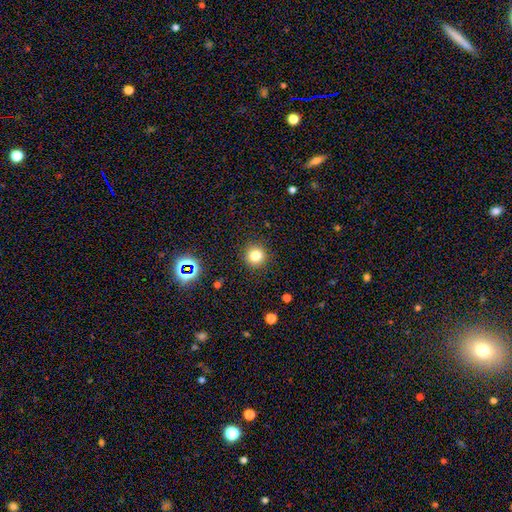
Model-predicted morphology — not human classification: smooth_or_featured: smooth (p=0.78) [alt: star or artifact p=0.15]
how_rounded: round (p=0.94) [alt: in between p=0.05]
merging: none (p=0.91) [alt: minor disturbance p=0.06]